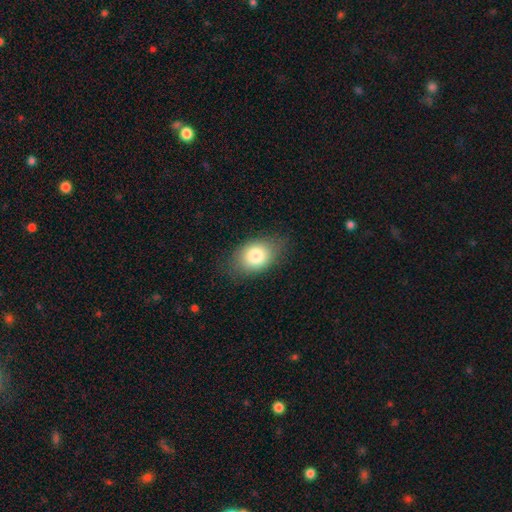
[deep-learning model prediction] smooth_or_featured: smooth (p=0.80) [alt: featured or disk p=0.11]
how_rounded: in between (p=0.75) [alt: round p=0.24]
merging: none (p=0.77) [alt: minor disturbance p=0.17]